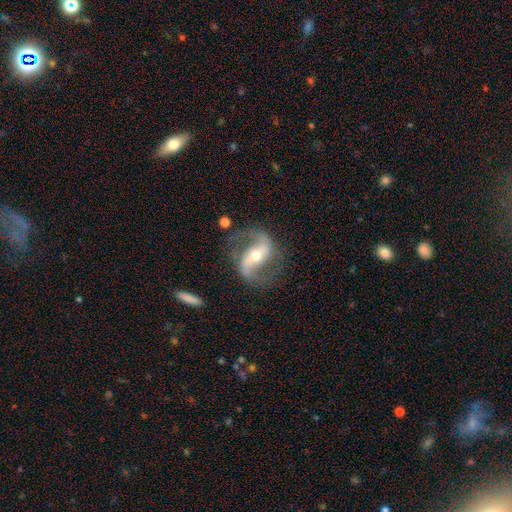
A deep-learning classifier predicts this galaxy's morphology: type=featured or disk (88%); edge-on=no (96%); bar=strong (51%); spiral arms=yes (95%); winding=loose (51%); arm count=2 (93%); bulge=moderate (61%); merging=none (76%).